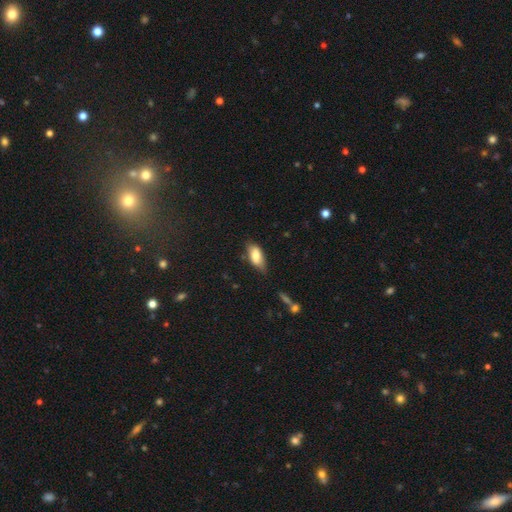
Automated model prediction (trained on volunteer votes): smooth_or_featured: smooth (p=0.78) [alt: featured or disk p=0.15]
how_rounded: in between (p=0.85) [alt: cigar-shaped p=0.13]
merging: none (p=0.63) [alt: minor disturbance p=0.28]